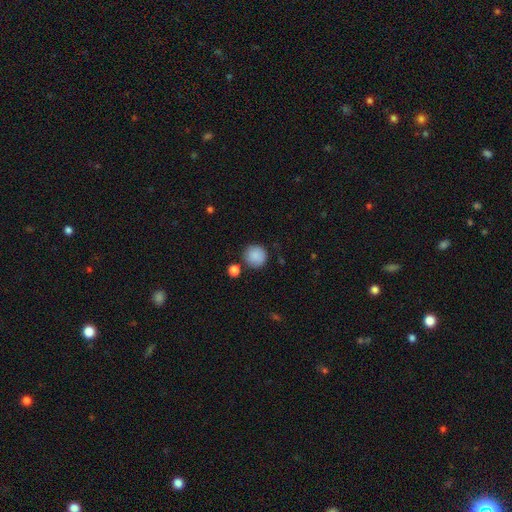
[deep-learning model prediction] Smooth or featured? Predicted: smooth (p=0.87). How rounded? Predicted: round (p=0.95). Merging? Predicted: none (p=0.83).